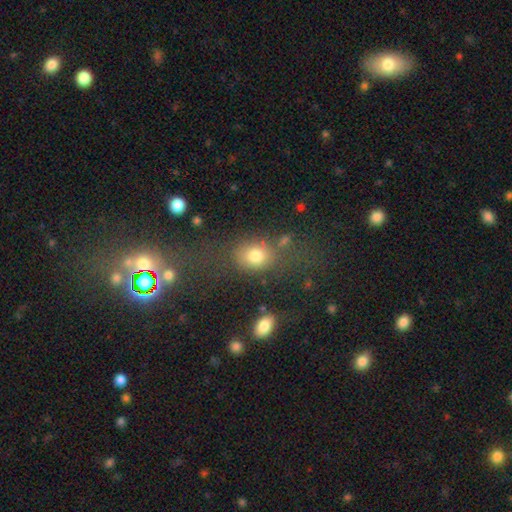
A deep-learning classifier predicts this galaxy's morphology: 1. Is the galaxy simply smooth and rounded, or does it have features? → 62% smooth, 26% star or artifact, 12% featured or disk.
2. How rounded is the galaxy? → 53% round, 43% in between, 4% cigar-shaped.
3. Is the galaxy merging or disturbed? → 67% none, 15% minor disturbance, 9% major disturbance, 9% merger.